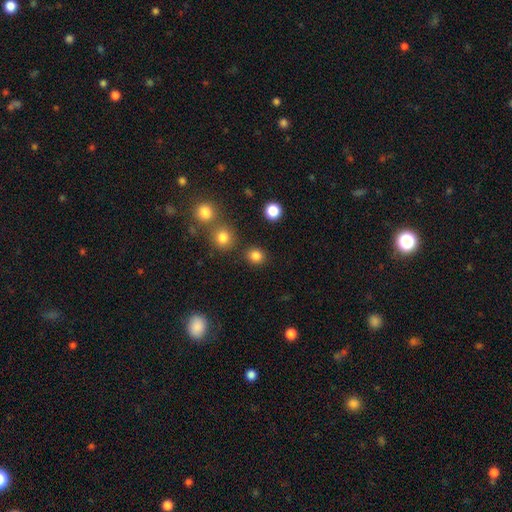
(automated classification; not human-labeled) smooth_or_featured: smooth (p=0.83) [alt: star or artifact p=0.13]
how_rounded: round (p=0.83) [alt: in between p=0.16]
merging: none (p=0.87) [alt: minor disturbance p=0.06]